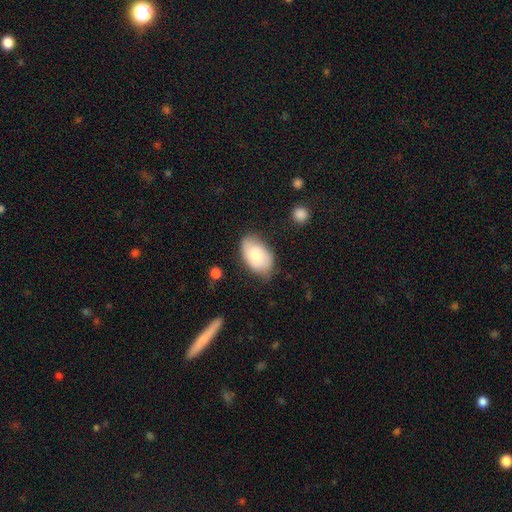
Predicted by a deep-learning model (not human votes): A smooth galaxy with no disk features (72%) that is in between round and cigar-shaped (93%).

Vote fractions:
- Smooth or featured? smooth: 72% / featured or disk: 22% / star or artifact: 6%
- How rounded? in between: 93% / round: 6% / cigar-shaped: 1%
- Merging? none: 68% / minor disturbance: 25% / major disturbance: 5% / merger: 2%